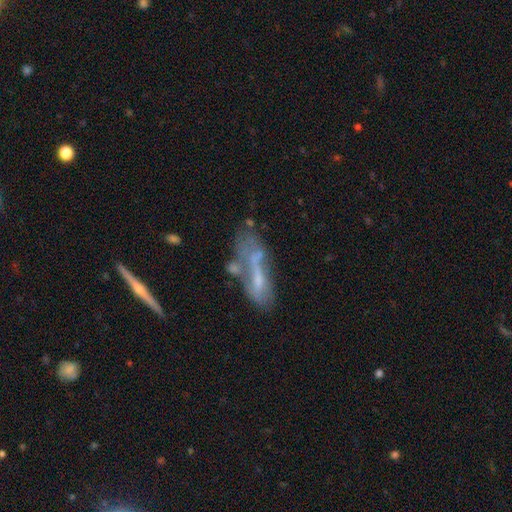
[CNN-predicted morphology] Smooth or featured? Predicted: featured or disk (p=0.52). Edge-on disk? Predicted: no (p=0.82). Merging? Predicted: merger (p=0.30).